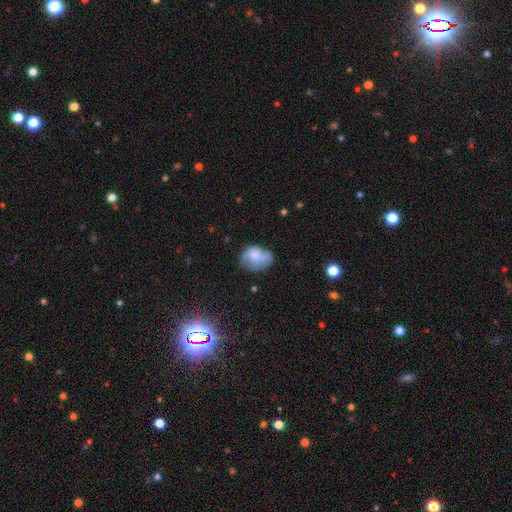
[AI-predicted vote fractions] The model was most divided on "merging": none: 44%, minor disturbance: 34%, major disturbance: 18%, merger: 4%. More confident: smooth or featured — smooth (63%); how rounded — in between (57%).